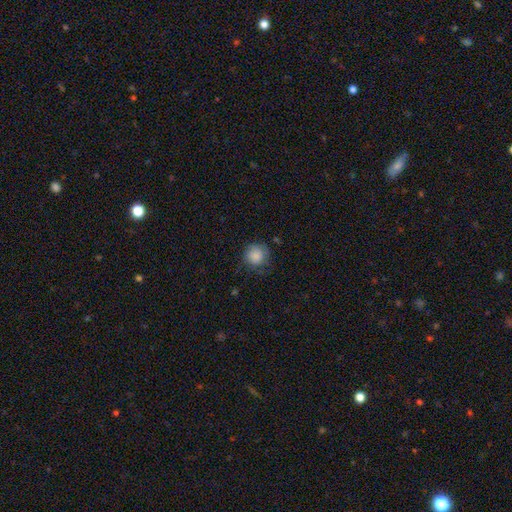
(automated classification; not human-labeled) Q: Smooth or featured?
A: smooth (82%); runner-up: featured or disk (10%)
Q: How rounded?
A: round (91%); runner-up: in between (8%)
Q: Merging?
A: none (67%); runner-up: minor disturbance (23%)